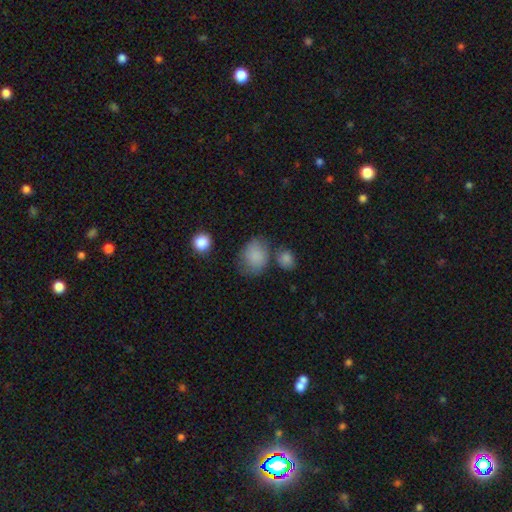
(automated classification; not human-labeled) Morphology: type=smooth (84%); roundness=in between (54%); merging=none (60%).